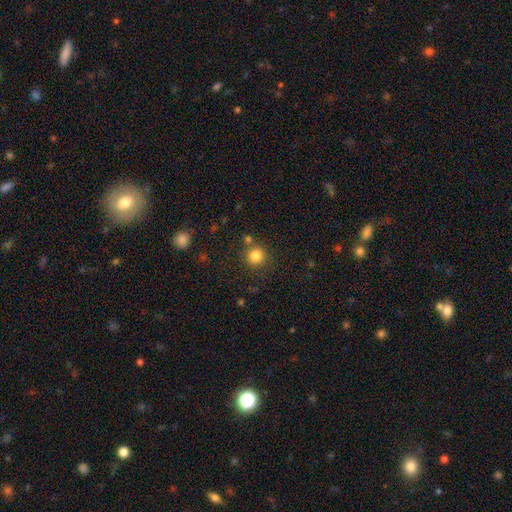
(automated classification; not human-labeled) smooth 83%, star or artifact 12%, featured or disk 5%. Down the decision tree: how rounded — round (92%); merging — none (80%).